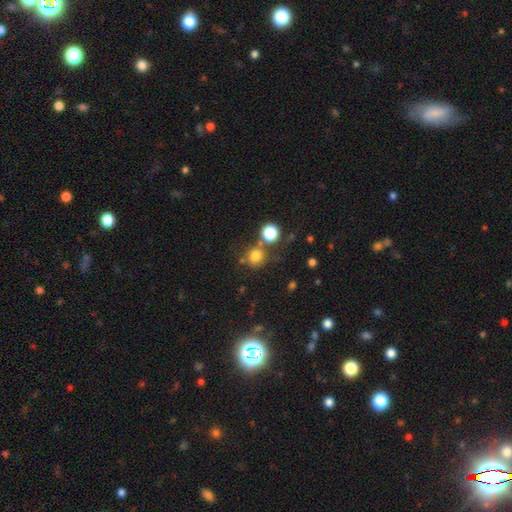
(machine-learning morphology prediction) Smooth or featured: smooth — 77% (star or artifact — 15%)
How rounded: round — 89% (in between — 10%)
Merging: none — 68% (merger — 18%)